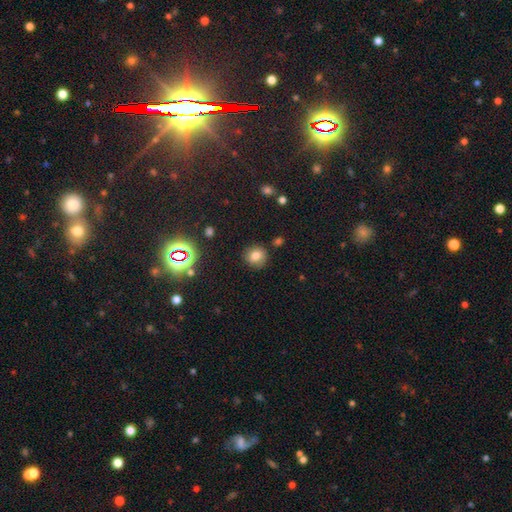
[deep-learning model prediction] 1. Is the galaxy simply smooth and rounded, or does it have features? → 77% smooth, 14% star or artifact, 9% featured or disk.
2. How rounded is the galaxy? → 85% round, 14% in between, 1% cigar-shaped.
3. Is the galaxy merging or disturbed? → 84% none, 10% minor disturbance, 3% merger, 3% major disturbance.